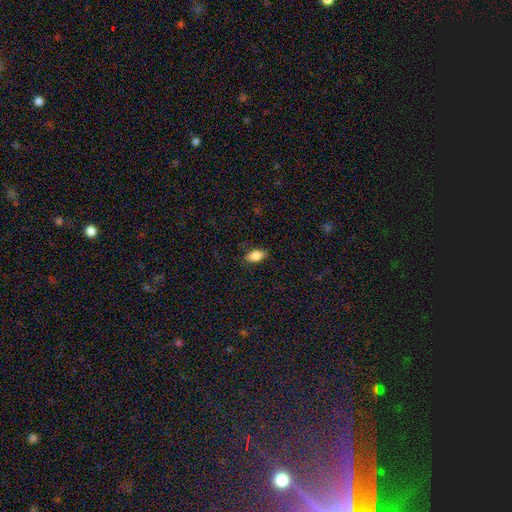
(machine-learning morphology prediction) Smooth or featured? Predicted: smooth (p=0.83). How rounded? Predicted: in between (p=0.88). Merging? Predicted: none (p=0.83).